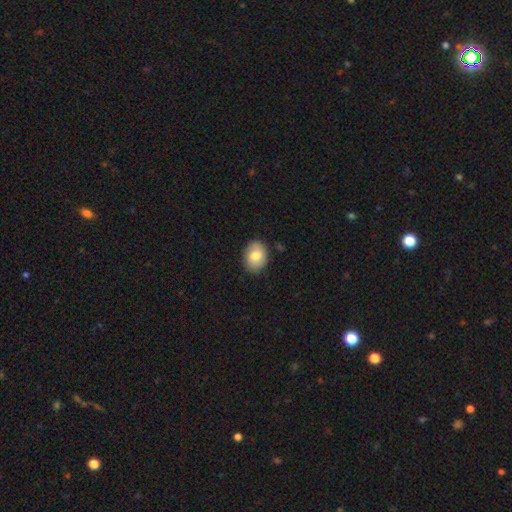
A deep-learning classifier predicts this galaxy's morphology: This appears to be a smooth galaxy with no disk features (77%) that is in between round and cigar-shaped (61%). Merging: none (83%).